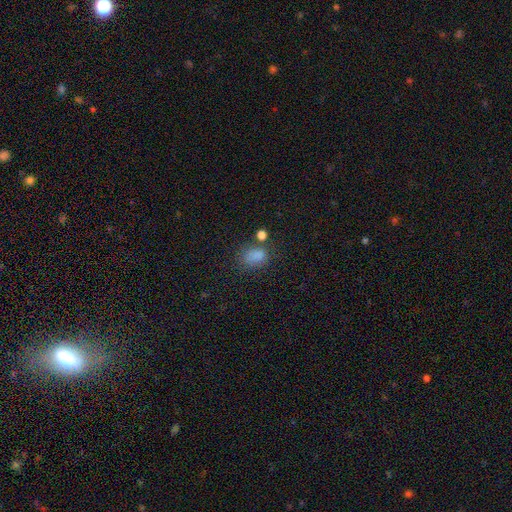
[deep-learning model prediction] The model was most divided on "how rounded": in between: 66%, round: 33%, cigar-shaped: 1%. More confident: smooth or featured — smooth (79%); merging — none (55%).